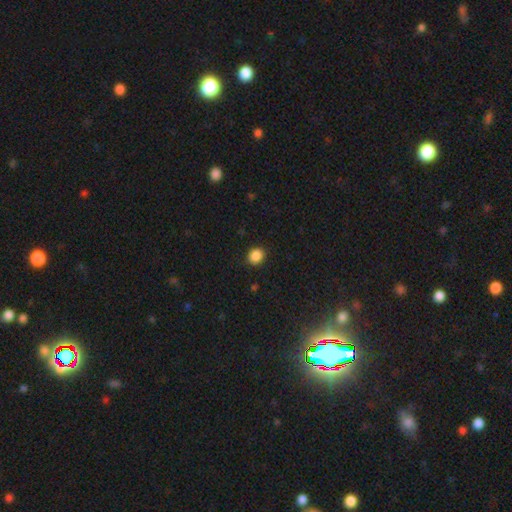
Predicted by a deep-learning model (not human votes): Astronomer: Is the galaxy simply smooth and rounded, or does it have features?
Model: smooth — 87%.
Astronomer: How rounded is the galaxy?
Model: round — 70%.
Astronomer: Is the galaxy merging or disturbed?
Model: none — 90%.